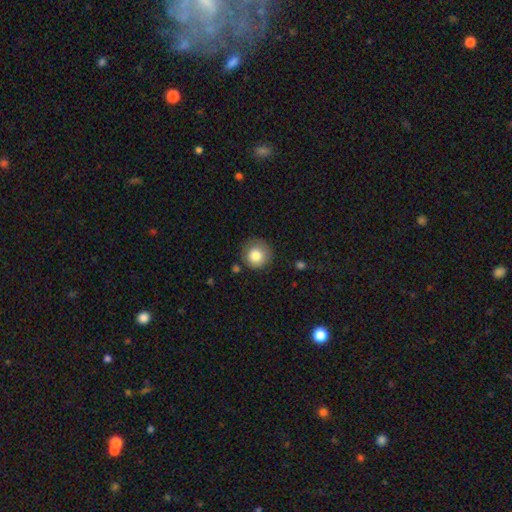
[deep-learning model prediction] Smooth or featured: smooth — 82% (star or artifact — 10%)
How rounded: round — 94% (in between — 5%)
Merging: none — 81% (minor disturbance — 13%)